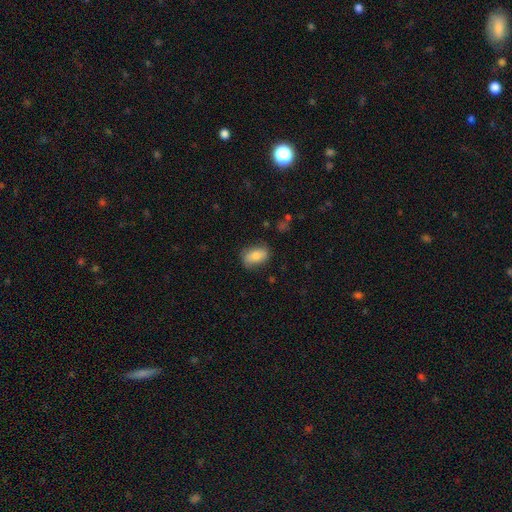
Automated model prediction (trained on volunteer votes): Smooth or featured?
  - smooth: 79% *
  - featured or disk: 14%
  - star or artifact: 7%
How rounded?
  - in between: 89% *
  - round: 8%
  - cigar-shaped: 3%
Merging?
  - none: 74% *
  - minor disturbance: 19%
  - major disturbance: 5%
  - merger: 2%